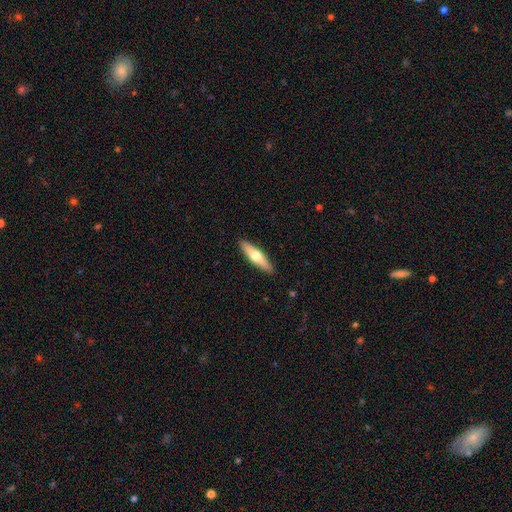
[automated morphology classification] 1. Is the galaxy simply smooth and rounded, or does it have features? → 52% smooth, 43% featured or disk, 5% star or artifact.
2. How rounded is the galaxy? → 67% cigar-shaped, 31% in between, 2% round.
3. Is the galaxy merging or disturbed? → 90% none, 7% minor disturbance, 2% major disturbance, 1% merger.